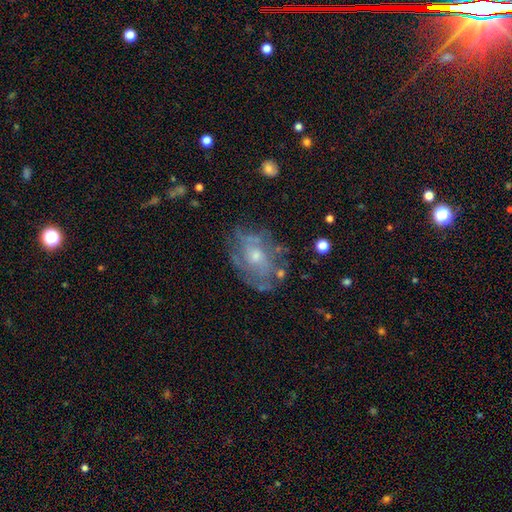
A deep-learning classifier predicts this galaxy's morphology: Q: Smooth or featured?
A: featured or disk (72%); runner-up: smooth (19%)
Q: Edge-on disk?
A: no (96%); runner-up: yes (4%)
Q: Bar?
A: no (80%); runner-up: weak (17%)
Q: Spiral arms?
A: yes (66%); runner-up: no (34%)
Q: Bulge size?
A: small (49%); runner-up: moderate (45%)
Q: Merging?
A: none (63%); runner-up: minor disturbance (22%)